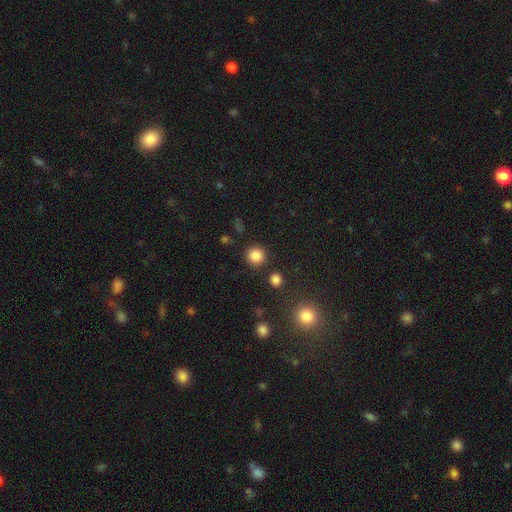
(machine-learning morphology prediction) smooth-or-featured: smooth: 85% | star or artifact: 11% | featured or disk: 4%
  how-rounded: round: 92% | in between: 7% | cigar-shaped: 1%
  merging: none: 87% | minor disturbance: 7% | merger: 4% | major disturbance: 3%